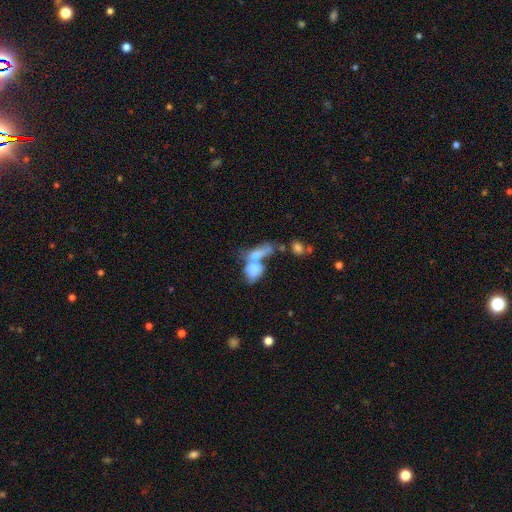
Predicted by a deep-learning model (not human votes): smooth_or_featured: smooth (p=0.63) [alt: featured or disk p=0.28]
how_rounded: in between (p=0.65) [alt: round p=0.20]
merging: merger (p=0.67) [alt: none p=0.15]